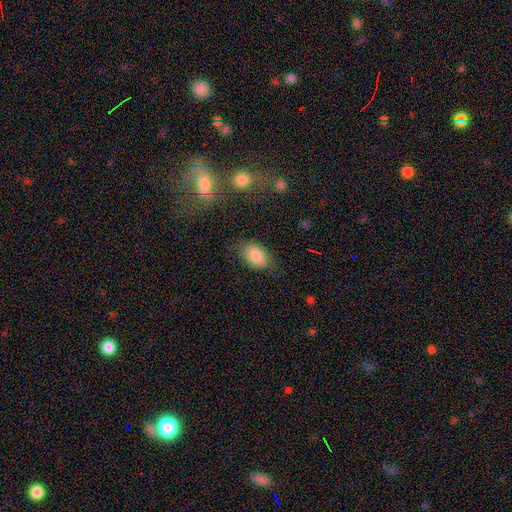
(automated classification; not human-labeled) A smooth galaxy with no disk features (84%) that is in between round and cigar-shaped (91%).

Vote fractions:
- Smooth or featured? smooth: 84% / featured or disk: 9% / star or artifact: 7%
- How rounded? in between: 91% / round: 8% / cigar-shaped: 2%
- Merging? none: 73% / minor disturbance: 20% / major disturbance: 6% / merger: 2%